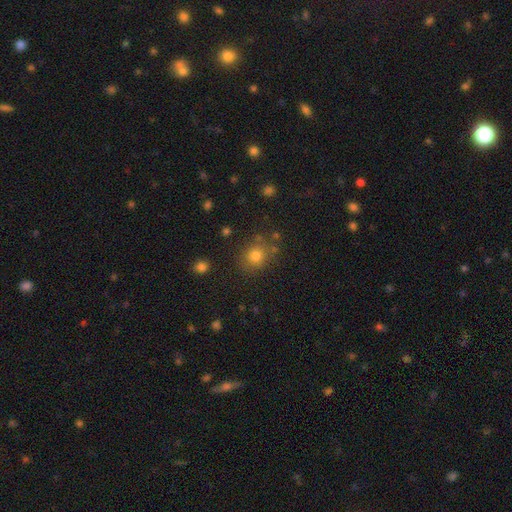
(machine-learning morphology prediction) This is likely a smooth galaxy (78%). How rounded: likely round (80%). Merging: likely none (78%).